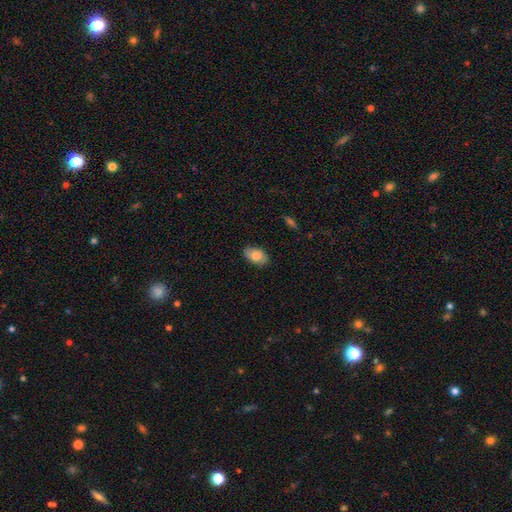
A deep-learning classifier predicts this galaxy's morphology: This is likely a smooth galaxy (76%). How rounded: clearly in between (91%). Merging: clearly none (85%).